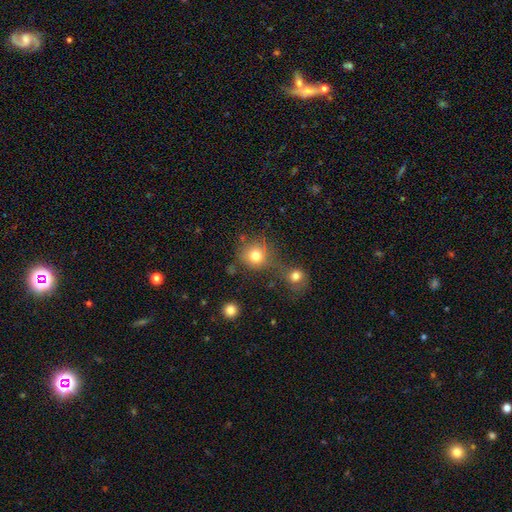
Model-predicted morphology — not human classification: A smooth galaxy with no disk features (79%) that is round (90%).

Vote fractions:
- Smooth or featured? smooth: 79% / star or artifact: 13% / featured or disk: 8%
- How rounded? round: 90% / in between: 9% / cigar-shaped: 1%
- Merging? none: 60% / merger: 25% / minor disturbance: 10% / major disturbance: 5%